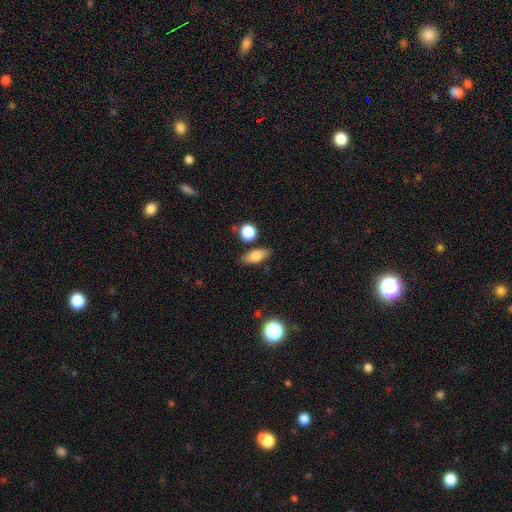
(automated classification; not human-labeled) This appears to be a smooth galaxy with no disk features (79%) that is in between round and cigar-shaped (73%). Merging: none (80%).